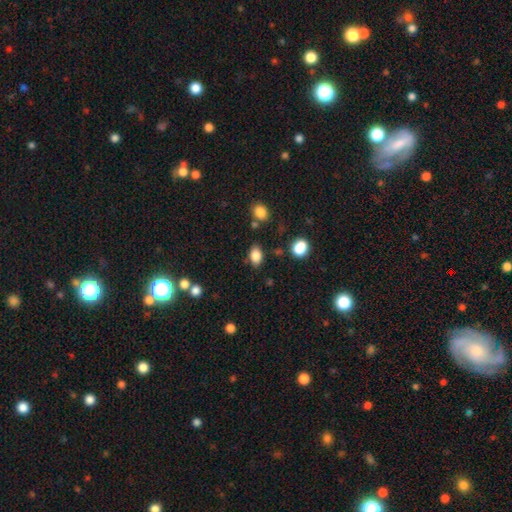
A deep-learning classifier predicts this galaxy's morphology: type=smooth (84%); roundness=in between (81%); merging=none (79%).